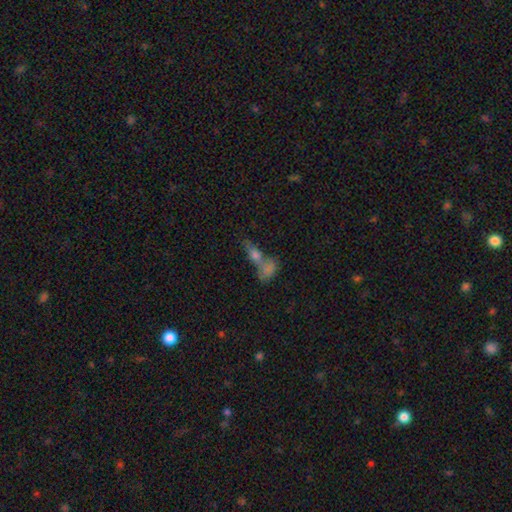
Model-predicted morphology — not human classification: Smooth or featured? Predicted: smooth (p=0.56). How rounded? Predicted: in between (p=0.58). Merging? Predicted: merger (p=0.56).